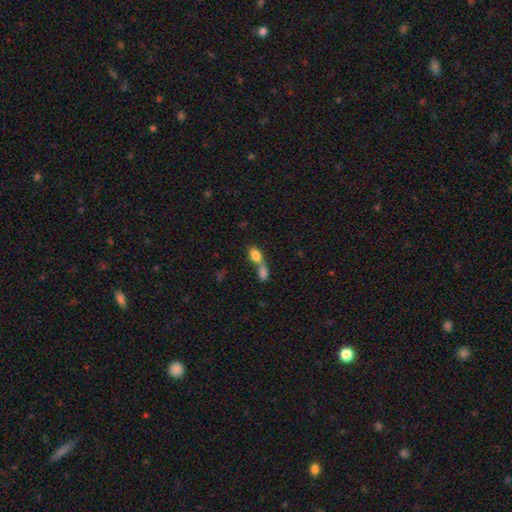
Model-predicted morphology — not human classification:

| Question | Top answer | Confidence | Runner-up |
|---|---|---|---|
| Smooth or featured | smooth | 80% | featured or disk (12%) |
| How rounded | in between | 76% | round (18%) |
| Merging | merger | 74% | none (16%) |